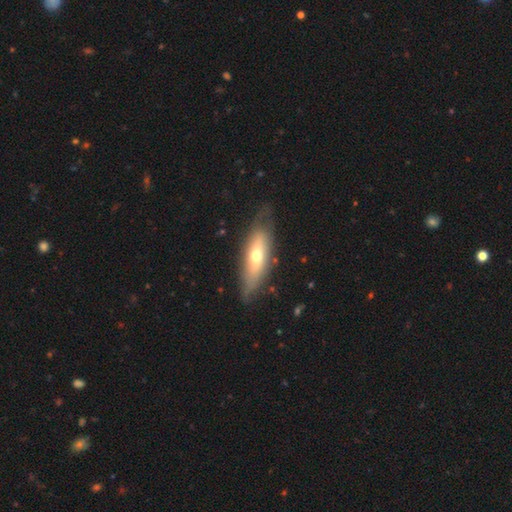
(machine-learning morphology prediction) type=featured or disk (48%); merging=none (71%).